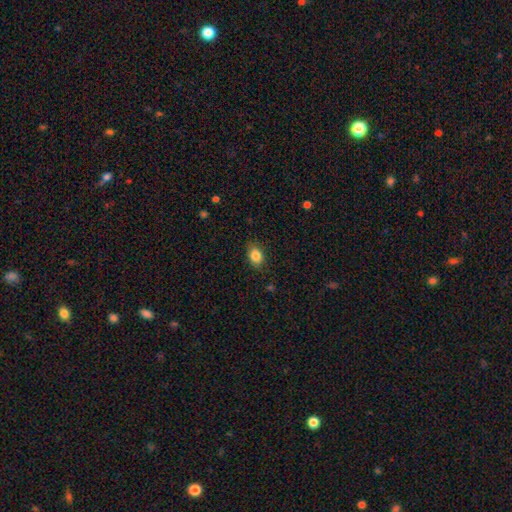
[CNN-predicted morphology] type=smooth (85%); roundness=in between (74%); merging=none (84%).